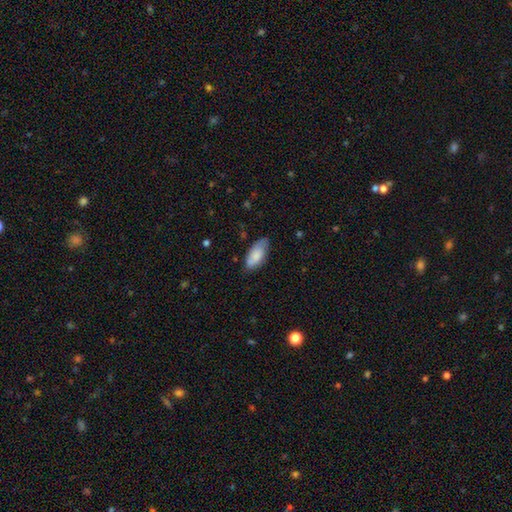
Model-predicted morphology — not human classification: Smooth or featured?
  - smooth: 81% *
  - featured or disk: 13%
  - star or artifact: 6%
How rounded?
  - in between: 89% *
  - cigar-shaped: 9%
  - round: 2%
Merging?
  - none: 71% *
  - minor disturbance: 23%
  - major disturbance: 4%
  - merger: 2%